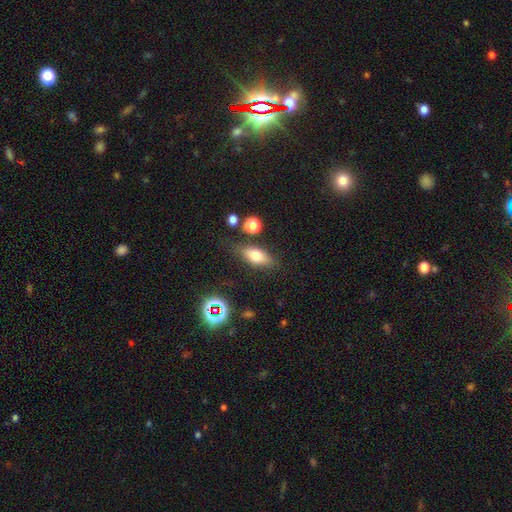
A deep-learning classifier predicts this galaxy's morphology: Smooth or featured: smooth — 68% (featured or disk — 21%)
How rounded: in between — 76% (cigar-shaped — 18%)
Merging: none — 74% (minor disturbance — 16%)